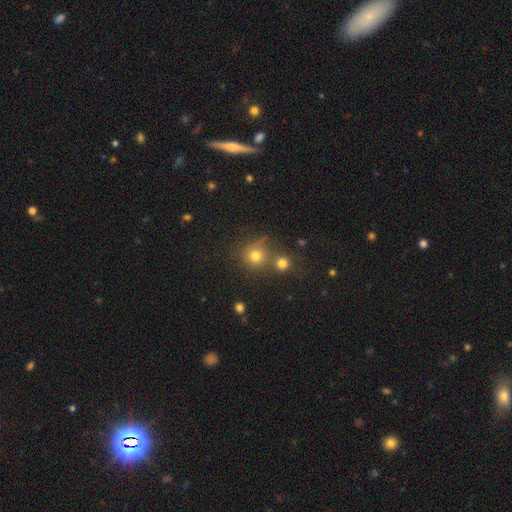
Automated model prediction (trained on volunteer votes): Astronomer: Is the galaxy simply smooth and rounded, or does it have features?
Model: smooth — 73%.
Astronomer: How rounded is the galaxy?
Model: round — 89%.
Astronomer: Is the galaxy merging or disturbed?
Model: none — 56%.